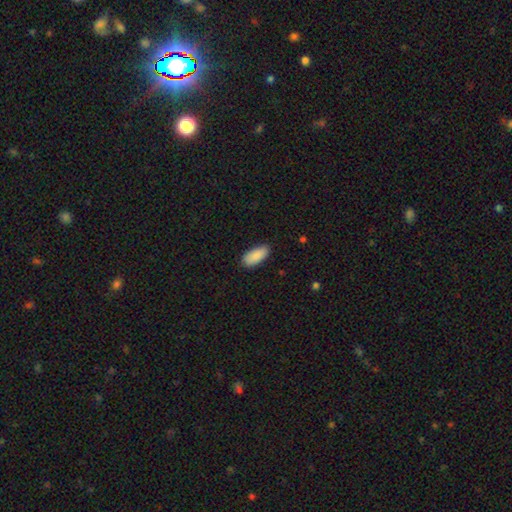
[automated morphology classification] Smooth or featured?
  - smooth: 90% *
  - star or artifact: 6%
  - featured or disk: 4%
How rounded?
  - in between: 89% *
  - cigar-shaped: 9%
  - round: 2%
Merging?
  - none: 84% *
  - minor disturbance: 13%
  - major disturbance: 2%
  - merger: 1%